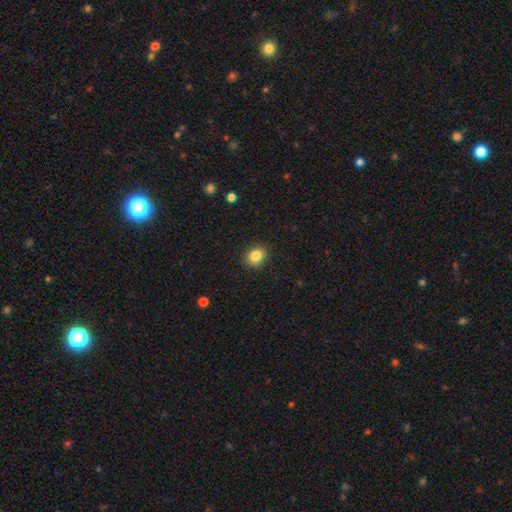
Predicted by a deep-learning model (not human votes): Smooth or featured?
  - smooth: 85% *
  - star or artifact: 10%
  - featured or disk: 5%
How rounded?
  - round: 62% *
  - in between: 38%
  - cigar-shaped: 1%
Merging?
  - none: 88% *
  - minor disturbance: 9%
  - major disturbance: 2%
  - merger: 1%